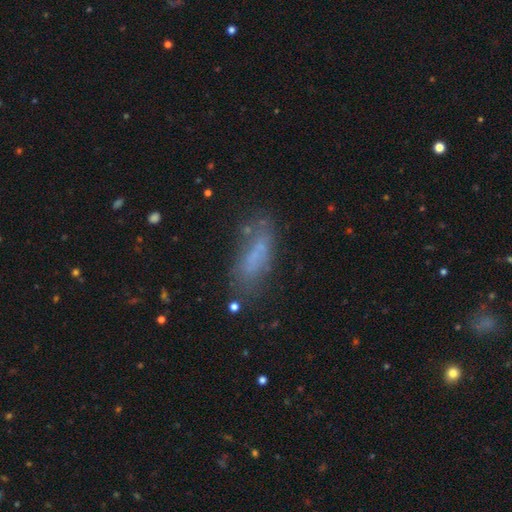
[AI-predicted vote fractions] Smooth or featured? Predicted: smooth (p=0.60). How rounded? Predicted: in between (p=0.50). Merging? Predicted: none (p=0.59).